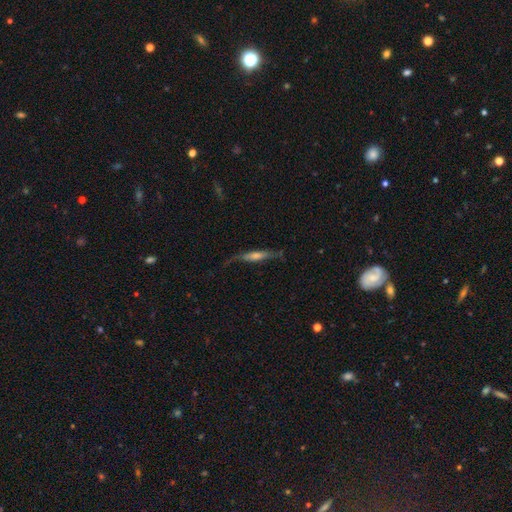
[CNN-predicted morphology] smooth-or-featured: featured or disk: 63% | smooth: 30% | star or artifact: 7%
  disk-edge-on: yes: 84% | no: 16%
    edge-on-bulge: rounded: 61% | none: 21% | boxy: 18%
  merging: none: 64% | minor disturbance: 23% | major disturbance: 11% | merger: 2%